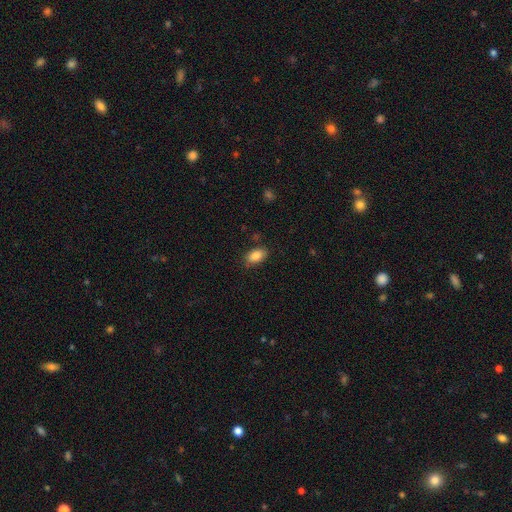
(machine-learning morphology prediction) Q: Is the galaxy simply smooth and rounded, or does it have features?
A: smooth — 86%.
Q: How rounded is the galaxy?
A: in between — 91%.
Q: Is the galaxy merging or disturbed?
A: none — 82%.